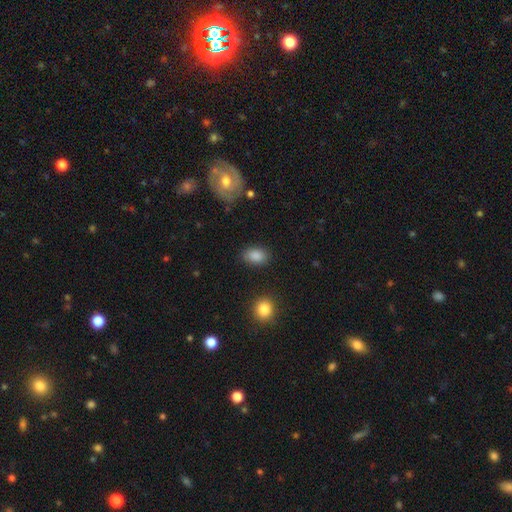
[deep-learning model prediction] Q: Smooth or featured?
A: smooth (87%); runner-up: star or artifact (8%)
Q: How rounded?
A: in between (87%); runner-up: round (11%)
Q: Merging?
A: none (85%); runner-up: minor disturbance (10%)